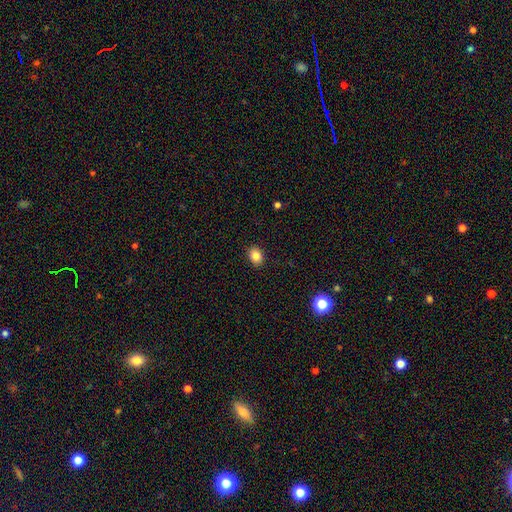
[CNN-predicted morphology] smooth_or_featured: smooth (p=0.84) [alt: star or artifact p=0.10]
how_rounded: in between (p=0.58) [alt: round p=0.41]
merging: none (p=0.90) [alt: minor disturbance p=0.07]